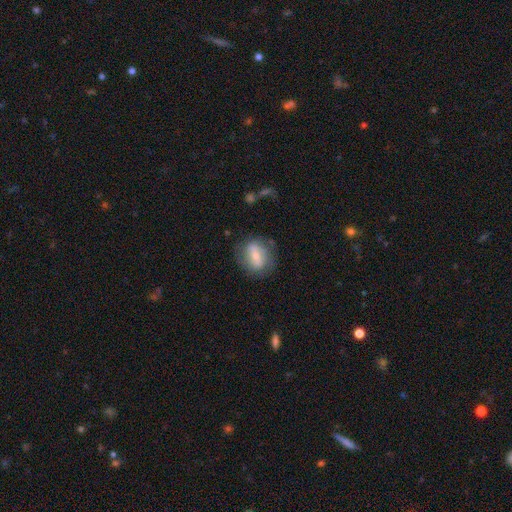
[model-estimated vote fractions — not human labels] Overall: smooth (48%; featured or disk 45%). Merging: none (70%).